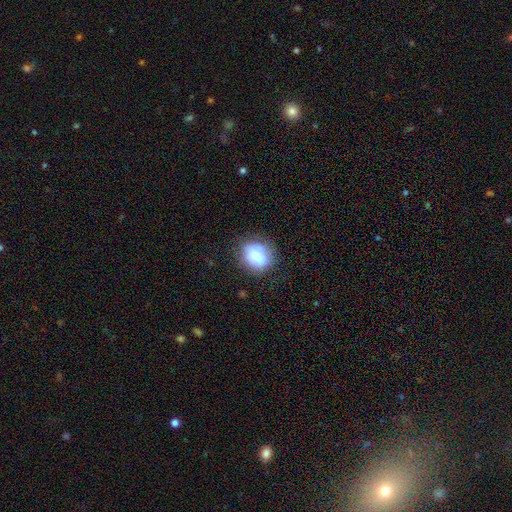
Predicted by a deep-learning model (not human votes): Smooth or featured? smooth (64%)
How rounded? round (69%)
Merging? none (64%)